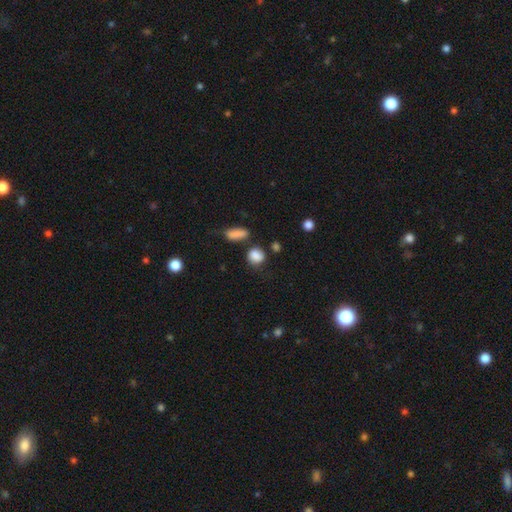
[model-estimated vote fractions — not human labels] smooth 84%, star or artifact 10%, featured or disk 6%. Down the decision tree: how rounded — round (69%); merging — none (65%).